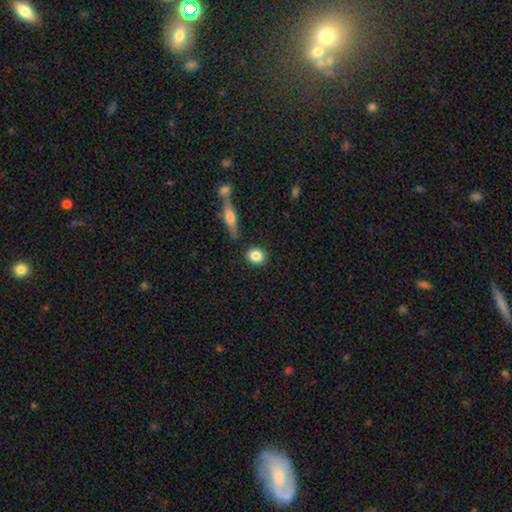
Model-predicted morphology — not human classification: Smooth or featured? smooth (84%)
How rounded? round (68%)
Merging? none (85%)